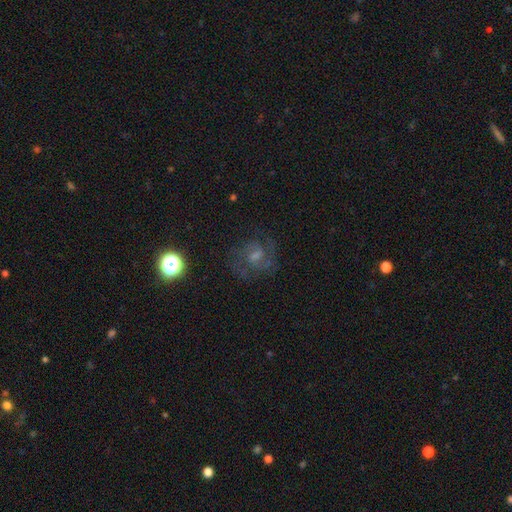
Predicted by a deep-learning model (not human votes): Smooth or featured?
  - featured or disk: 68% *
  - smooth: 18%
  - star or artifact: 14%
Edge-on disk?
  - no: 97% *
  - yes: 3%
Bar?
  - weak: 53% *
  - no: 36%
  - strong: 11%
Spiral arms?
  - yes: 90% *
  - no: 10%
Spiral winding?
  - medium: 51% *
  - tight: 32%
  - loose: 16%
Spiral arm count?
  - 2: 57% *
  - can't tell: 21%
  - 3: 11%
  - 1: 5%
  - 4: 3%
  - more than 4: 3%
Bulge size?
  - moderate: 38% *
  - small: 33%
  - none: 20%
  - large: 7%
  - dominant: 1%
Merging?
  - none: 68% *
  - minor disturbance: 17%
  - major disturbance: 14%
  - merger: 2%